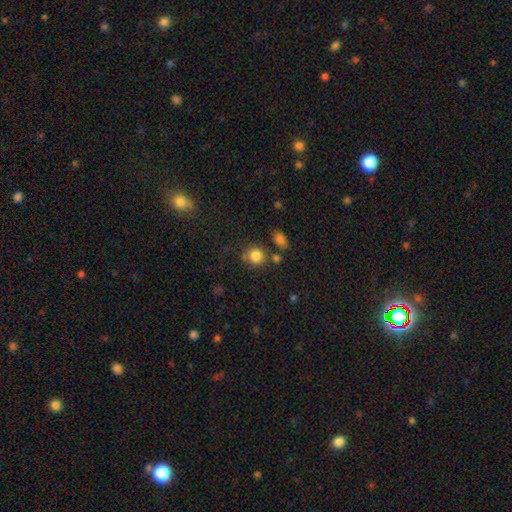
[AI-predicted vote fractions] smooth-or-featured: smooth: 84% | star or artifact: 11% | featured or disk: 5%
  how-rounded: round: 86% | in between: 13% | cigar-shaped: 1%
  merging: none: 72% | minor disturbance: 13% | merger: 11% | major disturbance: 4%